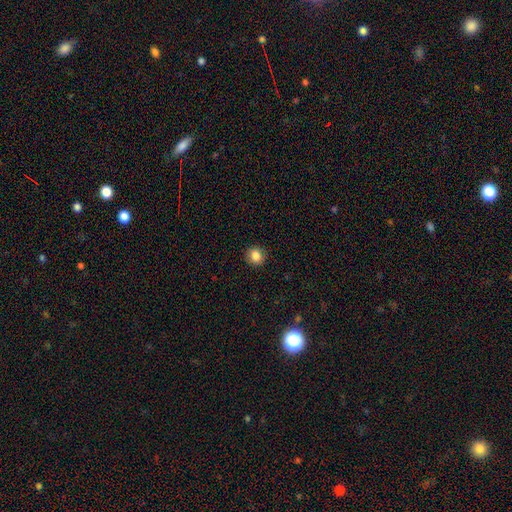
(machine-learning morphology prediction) Smooth or featured? Predicted: smooth (p=0.84). How rounded? Predicted: round (p=0.79). Merging? Predicted: none (p=0.90).